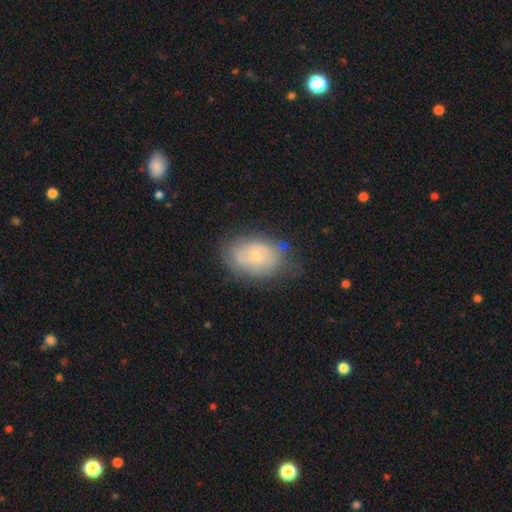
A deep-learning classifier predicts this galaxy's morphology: smooth_or_featured: smooth (p=0.51) [alt: featured or disk p=0.41]
how_rounded: in between (p=0.81) [alt: round p=0.18]
merging: none (p=0.61) [alt: minor disturbance p=0.27]